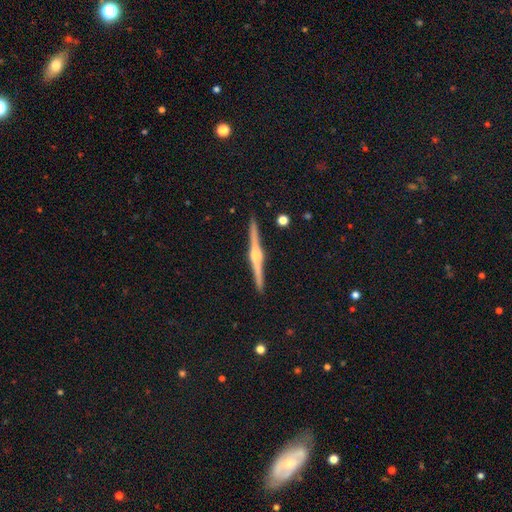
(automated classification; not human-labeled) This is clearly a featured or disk galaxy (81%). It is clearly viewed edge-on (98%). Edge-on bulge: clearly rounded (85%). Merging: clearly none (91%).